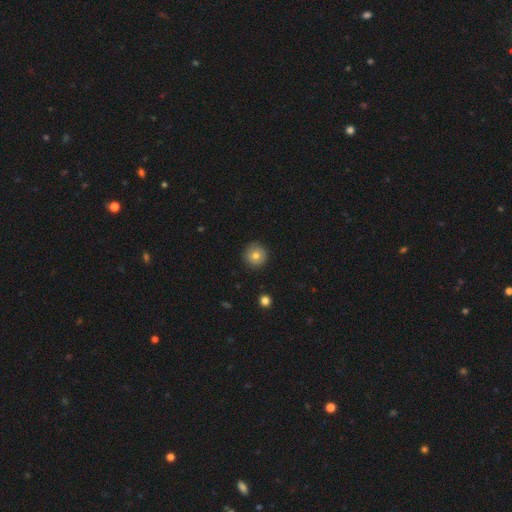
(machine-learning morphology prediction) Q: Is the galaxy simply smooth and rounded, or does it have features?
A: smooth — 74%.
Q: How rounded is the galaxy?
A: round — 95%.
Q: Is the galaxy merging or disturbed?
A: none — 89%.